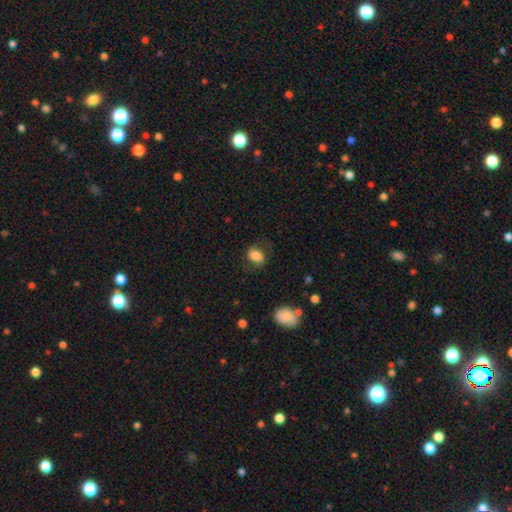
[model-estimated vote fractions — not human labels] smooth-or-featured: smooth: 65% | featured or disk: 26% | star or artifact: 9%
  how-rounded: in between: 64% | round: 35% | cigar-shaped: 1%
  merging: none: 66% | minor disturbance: 20% | major disturbance: 13% | merger: 2%